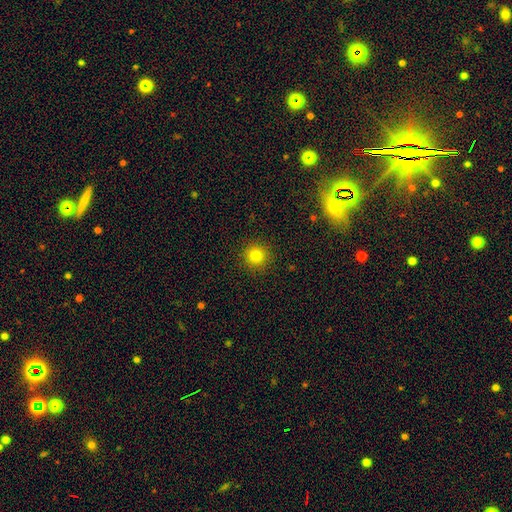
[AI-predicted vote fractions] smooth-or-featured: smooth: 80% | star or artifact: 14% | featured or disk: 6%
  how-rounded: round: 95% | in between: 4% | cigar-shaped: 1%
  merging: none: 92% | minor disturbance: 5% | major disturbance: 2% | merger: 1%